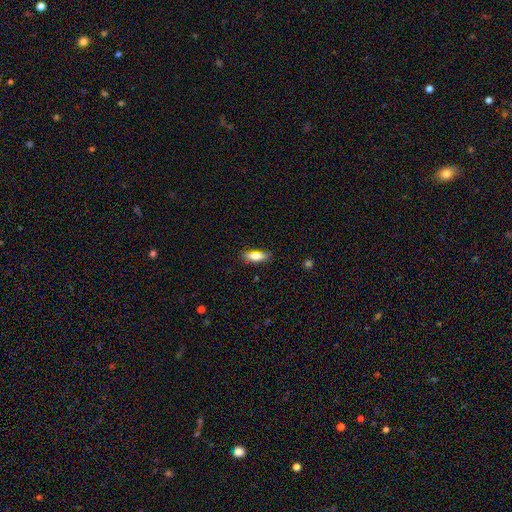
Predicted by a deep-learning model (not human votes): The model was most divided on "how rounded": in between: 59%, cigar-shaped: 39%, round: 2%. More confident: merging — none (82%); smooth or featured — smooth (76%).